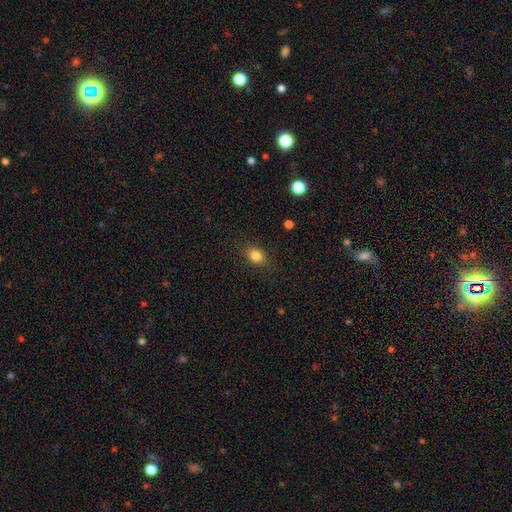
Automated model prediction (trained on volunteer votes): Q: Smooth or featured?
A: smooth (83%); runner-up: star or artifact (11%)
Q: How rounded?
A: in between (66%); runner-up: round (32%)
Q: Merging?
A: none (86%); runner-up: minor disturbance (10%)